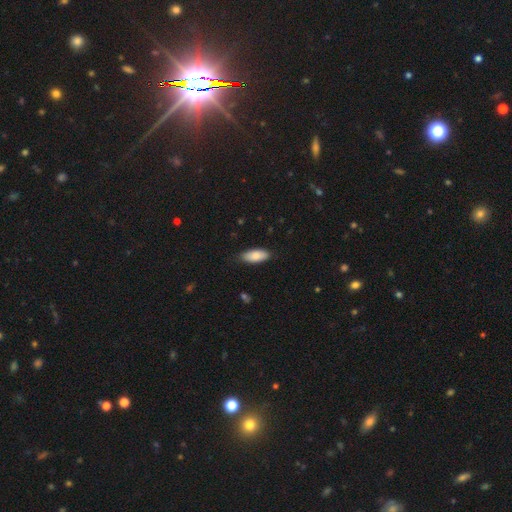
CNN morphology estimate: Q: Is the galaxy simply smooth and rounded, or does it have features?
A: smooth — 84%.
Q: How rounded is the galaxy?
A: in between — 85%.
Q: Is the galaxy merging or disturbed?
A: none — 83%.